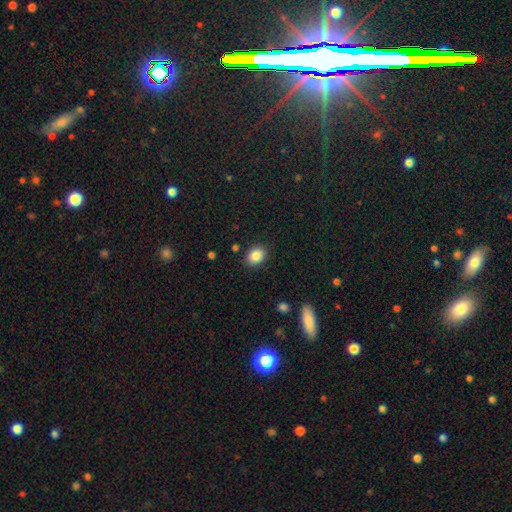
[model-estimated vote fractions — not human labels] Q: Smooth or featured?
A: smooth (86%); runner-up: star or artifact (9%)
Q: How rounded?
A: in between (66%); runner-up: round (33%)
Q: Merging?
A: none (87%); runner-up: minor disturbance (9%)